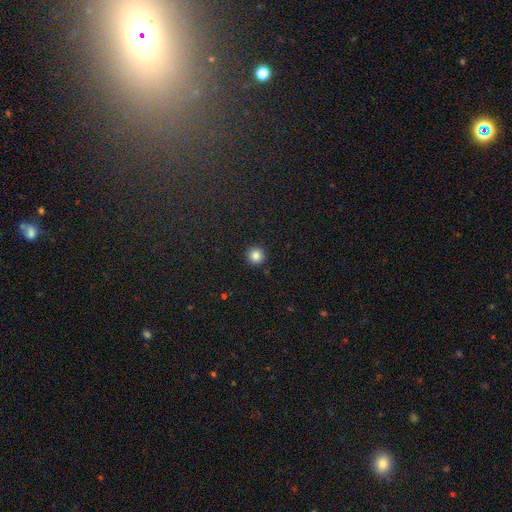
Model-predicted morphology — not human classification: Smooth or featured? Predicted: smooth (p=0.84). How rounded? Predicted: round (p=0.96). Merging? Predicted: none (p=0.93).